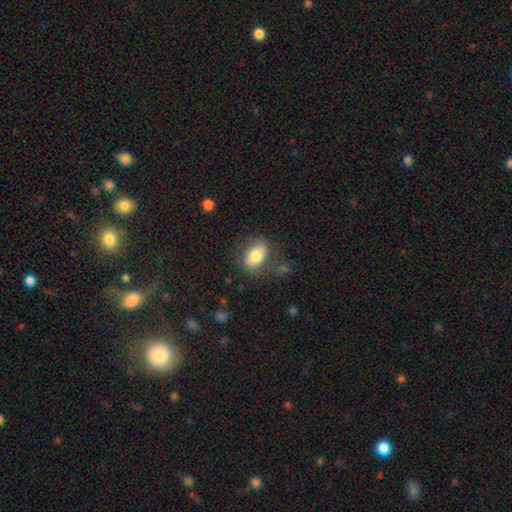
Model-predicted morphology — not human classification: smooth-or-featured: smooth: 76% | featured or disk: 17% | star or artifact: 7%
  how-rounded: in between: 88% | round: 10% | cigar-shaped: 2%
  merging: none: 69% | minor disturbance: 19% | major disturbance: 9% | merger: 3%